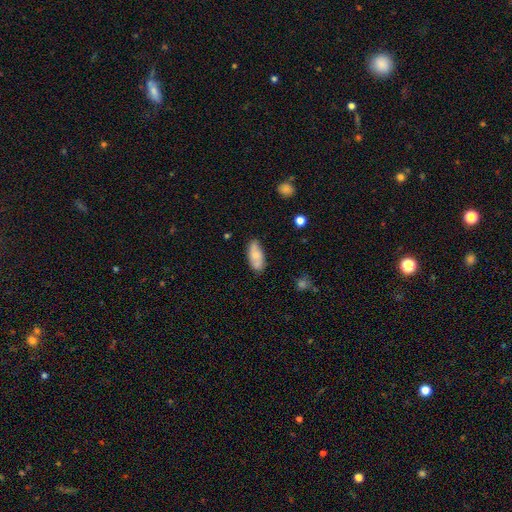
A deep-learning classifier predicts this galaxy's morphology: smooth 72%, featured or disk 21%, star or artifact 7%. Down the decision tree: how rounded — in between (84%); merging — none (69%).